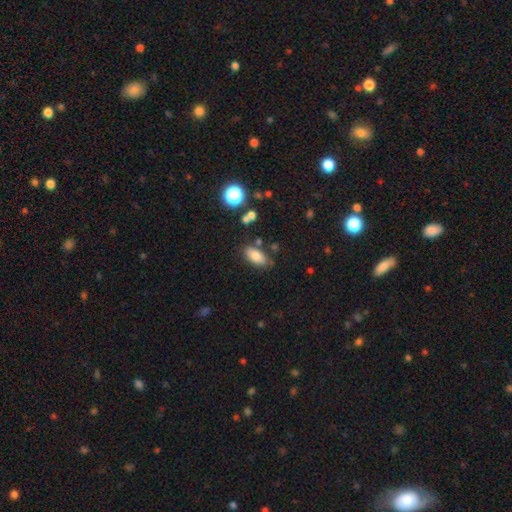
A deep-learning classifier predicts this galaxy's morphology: smooth 80%, featured or disk 10%, star or artifact 10%. Down the decision tree: how rounded — in between (87%); merging — none (78%).